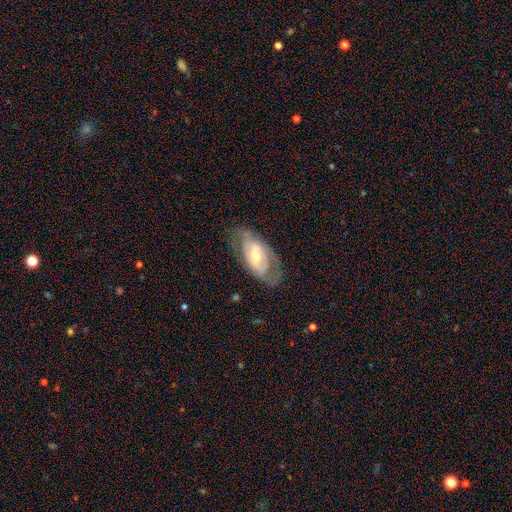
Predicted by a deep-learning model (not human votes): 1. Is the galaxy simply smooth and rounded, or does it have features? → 69% featured or disk, 25% smooth, 6% star or artifact.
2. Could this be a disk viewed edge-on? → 91% no, 9% yes.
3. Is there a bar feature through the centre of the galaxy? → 40% no, 37% weak, 23% strong.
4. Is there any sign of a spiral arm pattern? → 57% yes, 43% no.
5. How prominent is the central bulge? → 60% moderate, 33% small, 5% large, 1% none, 1% dominant.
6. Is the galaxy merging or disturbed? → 65% none, 21% minor disturbance, 12% major disturbance, 1% merger.